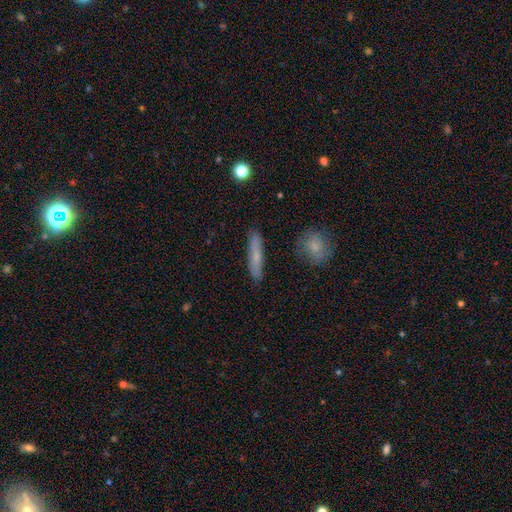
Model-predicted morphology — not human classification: smooth_or_featured: smooth (p=0.63) [alt: featured or disk p=0.30]
how_rounded: cigar-shaped (p=0.90) [alt: in between p=0.07]
merging: none (p=0.88) [alt: minor disturbance p=0.08]